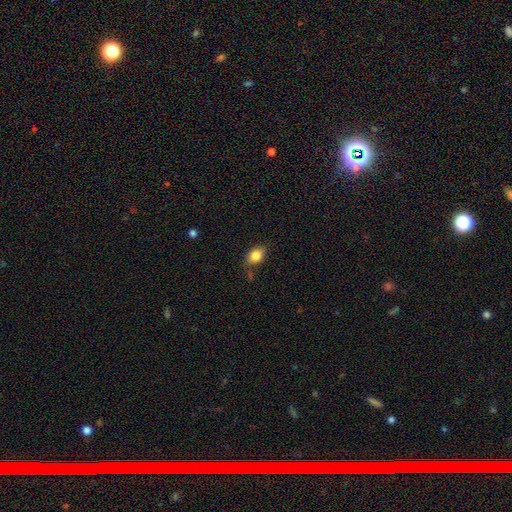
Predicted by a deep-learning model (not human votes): smooth_or_featured: smooth (p=0.83) [alt: star or artifact p=0.09]
how_rounded: in between (p=0.65) [alt: round p=0.33]
merging: none (p=0.70) [alt: minor disturbance p=0.20]